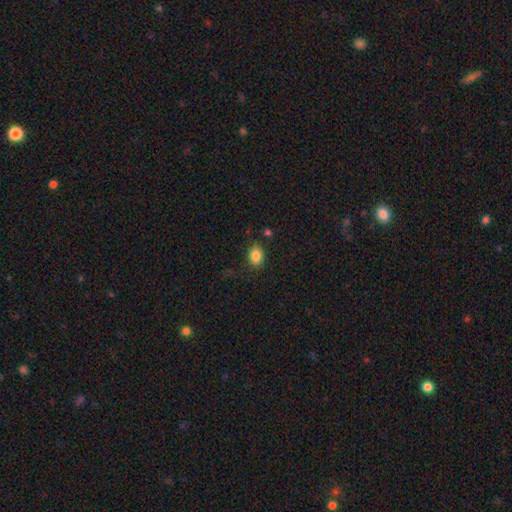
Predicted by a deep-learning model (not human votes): smooth 84%, star or artifact 10%, featured or disk 6%. Down the decision tree: how rounded — in between (67%); merging — none (80%).